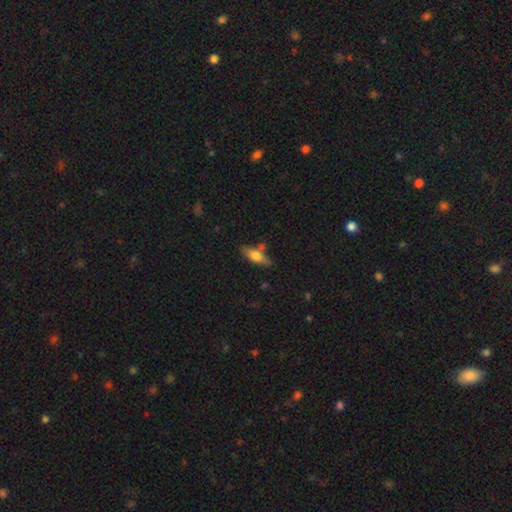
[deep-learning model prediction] Smooth or featured? smooth (64%)
How rounded? in between (59%)
Merging? none (69%)